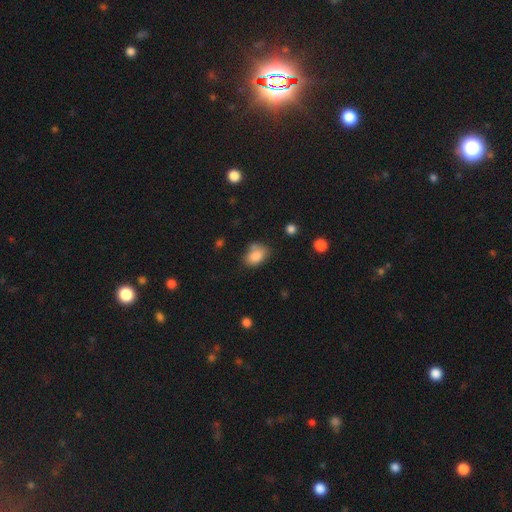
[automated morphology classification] This appears to be a smooth galaxy with no disk features (84%) that is in between round and cigar-shaped (78%). Merging: none (60%).